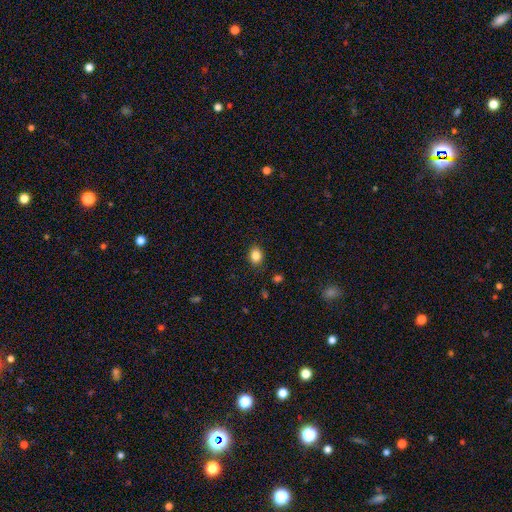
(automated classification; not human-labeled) Q: Smooth or featured?
A: smooth (84%); runner-up: star or artifact (10%)
Q: How rounded?
A: in between (51%); runner-up: round (48%)
Q: Merging?
A: none (86%); runner-up: minor disturbance (11%)